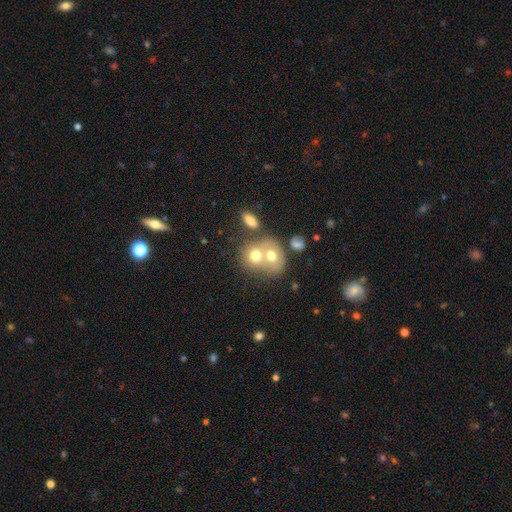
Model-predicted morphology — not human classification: Smooth or featured? Predicted: smooth (p=0.64). How rounded? Predicted: round (p=0.61). Merging? Predicted: merger (p=0.64).